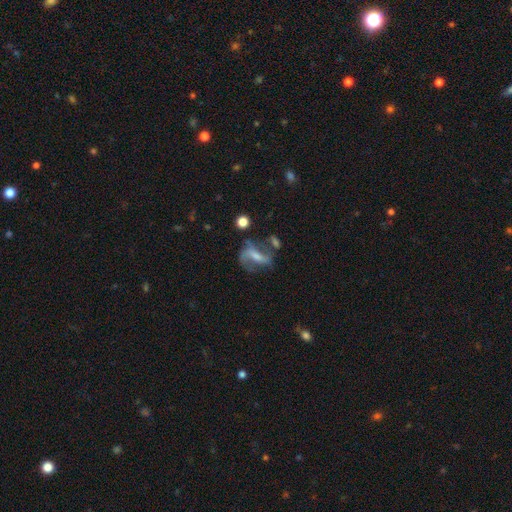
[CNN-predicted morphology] smooth-or-featured: featured or disk: 69% | smooth: 21% | star or artifact: 10%
  disk-edge-on: no: 93% | yes: 7%
    bar: strong: 39% | weak: 37% | no: 24%
    has-spiral-arms: yes: 84% | no: 16%
      spiral-winding: loose: 53% | medium: 35% | tight: 12%
      spiral-arm-count: 2: 73% | can't tell: 10% | 1: 8% | 3: 5% | 4: 2% | more than 4: 2%
    bulge-size: small: 39% | moderate: 37% | none: 16% | large: 7% | dominant: 2%
  merging: none: 46% | major disturbance: 23% | minor disturbance: 20% | merger: 11%